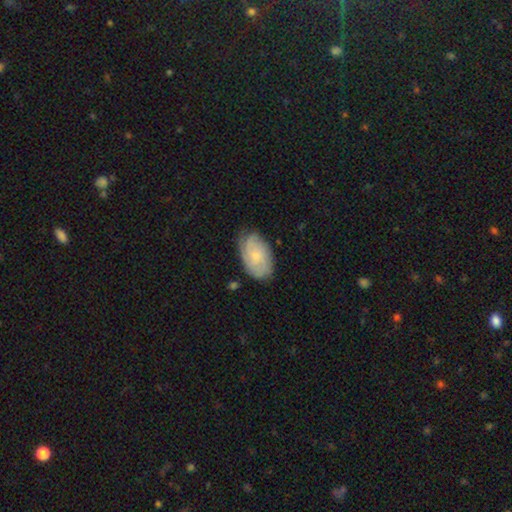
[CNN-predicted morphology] smooth-or-featured: featured or disk: 55% | smooth: 38% | star or artifact: 6%
  disk-edge-on: no: 96% | yes: 4%
    bar: no: 78% | weak: 19% | strong: 2%
    has-spiral-arms: yes: 87% | no: 13%
    bulge-size: small: 68% | moderate: 25% | none: 4% | large: 1% | dominant: 1%
  merging: none: 72% | minor disturbance: 22% | major disturbance: 5% | merger: 1%